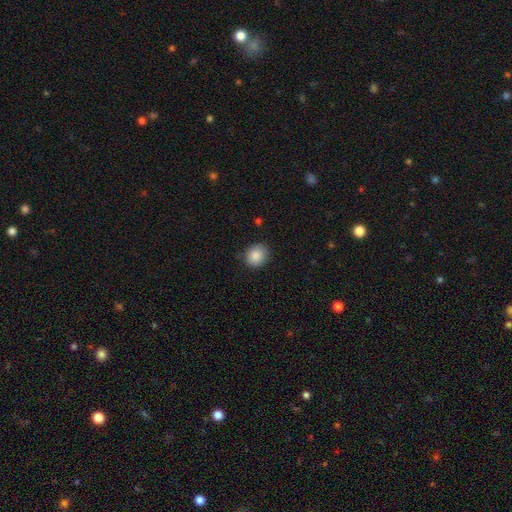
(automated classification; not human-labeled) Overall: smooth (87%). How rounded: round (75%). Merging: none (85%).